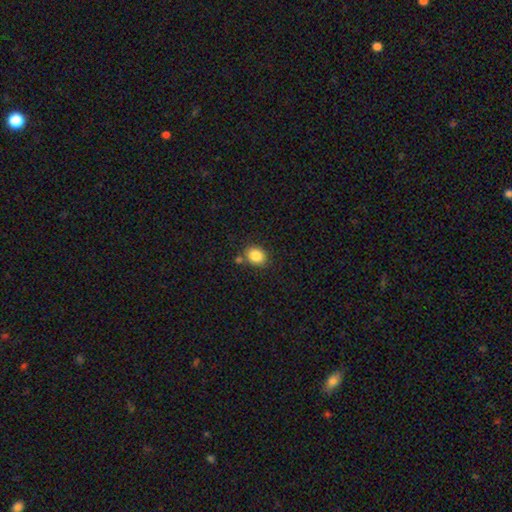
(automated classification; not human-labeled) Smooth or featured?
  - smooth: 85% *
  - star or artifact: 9%
  - featured or disk: 6%
How rounded?
  - round: 53% *
  - in between: 46%
  - cigar-shaped: 1%
Merging?
  - none: 76% *
  - minor disturbance: 11%
  - merger: 10%
  - major disturbance: 3%